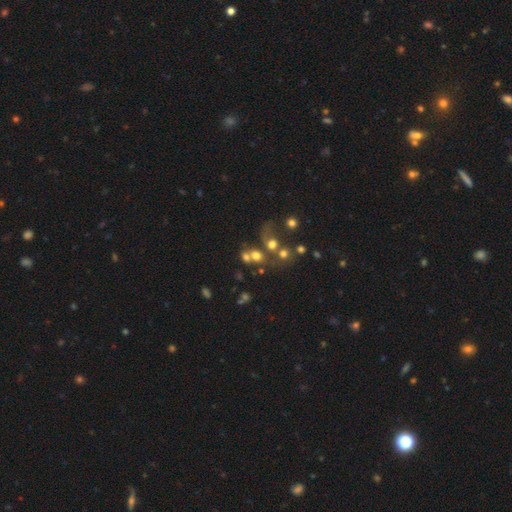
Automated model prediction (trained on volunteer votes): This appears to be a smooth galaxy with no disk features (59%) that is round (68%). Merging: merger (51%).